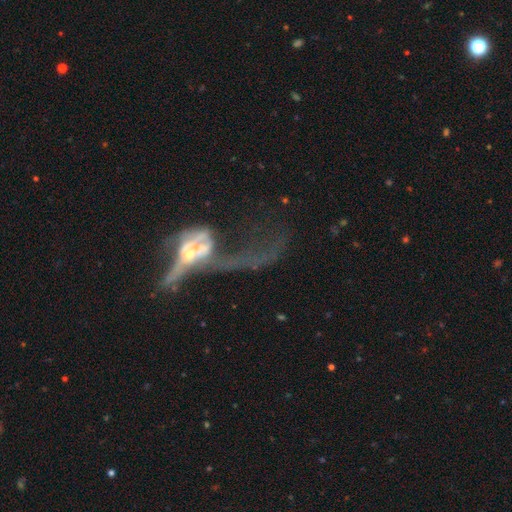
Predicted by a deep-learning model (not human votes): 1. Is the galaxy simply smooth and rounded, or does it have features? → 65% featured or disk, 21% smooth, 14% star or artifact.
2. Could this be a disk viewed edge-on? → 79% no, 21% yes.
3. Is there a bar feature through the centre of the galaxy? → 74% no, 18% weak, 8% strong.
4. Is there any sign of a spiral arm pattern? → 60% no, 40% yes.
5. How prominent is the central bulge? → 47% moderate, 31% small, 9% large, 9% none, 4% dominant.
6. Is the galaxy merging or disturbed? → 43% major disturbance, 40% merger, 10% none, 6% minor disturbance.